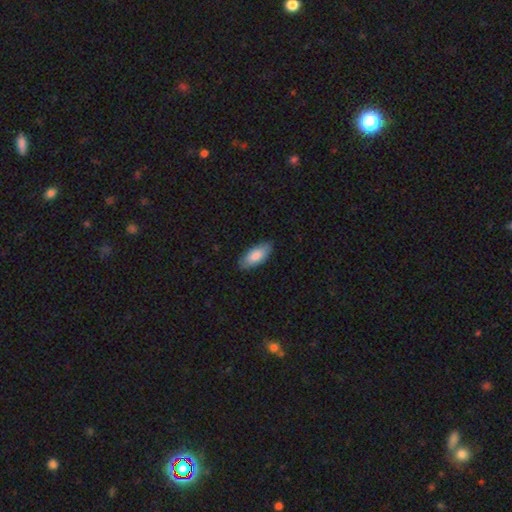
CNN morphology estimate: A smooth galaxy with no disk features (83%) that is in between round and cigar-shaped (86%). Merging: none (86%).